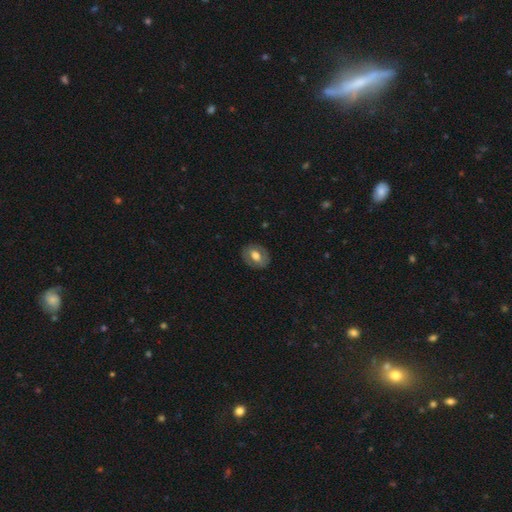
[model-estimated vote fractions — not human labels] Q: Smooth or featured?
A: smooth (54%); runner-up: featured or disk (39%)
Q: How rounded?
A: in between (62%); runner-up: round (36%)
Q: Merging?
A: none (84%); runner-up: minor disturbance (12%)